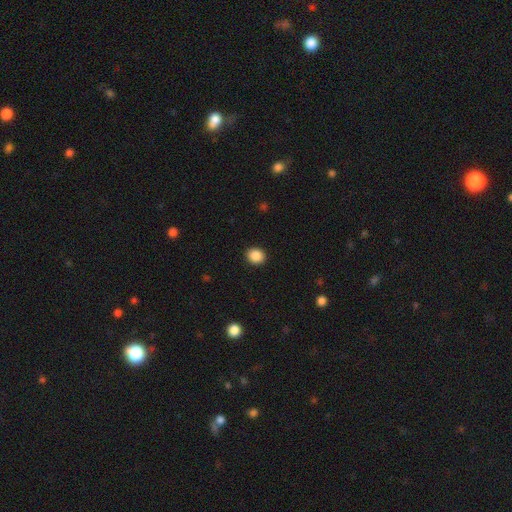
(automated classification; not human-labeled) This appears to be a smooth galaxy with no disk features (88%) that is round (76%). Merging: none (92%).